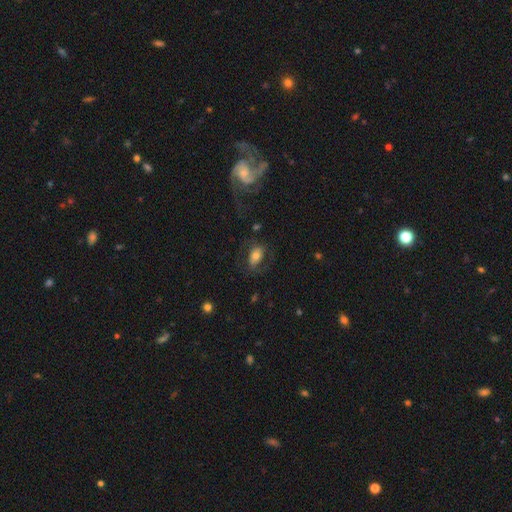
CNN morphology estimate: Smooth or featured: smooth — 58% (featured or disk — 33%)
How rounded: in between — 83% (round — 14%)
Merging: none — 62% (major disturbance — 19%)